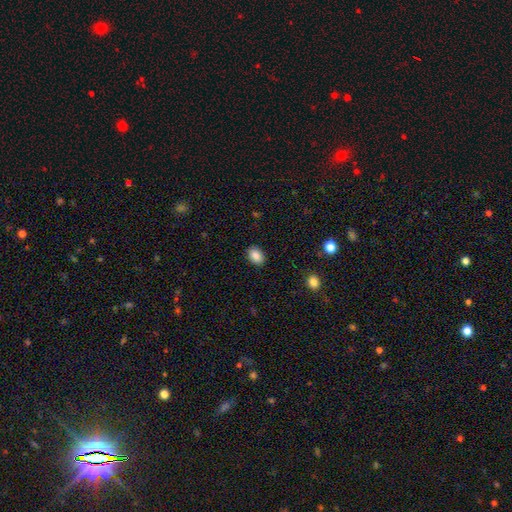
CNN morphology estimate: smooth_or_featured: smooth (p=0.88) [alt: star or artifact p=0.08]
how_rounded: in between (p=0.77) [alt: round p=0.22]
merging: none (p=0.89) [alt: minor disturbance p=0.08]